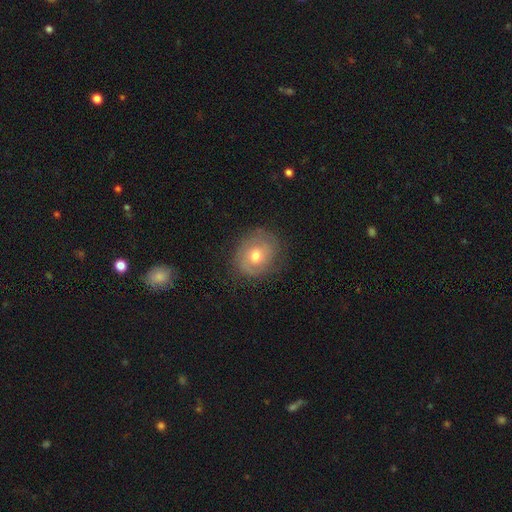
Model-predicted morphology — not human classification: Smooth or featured? featured or disk (50%)
Edge-on disk? no (96%)
Merging? none (77%)